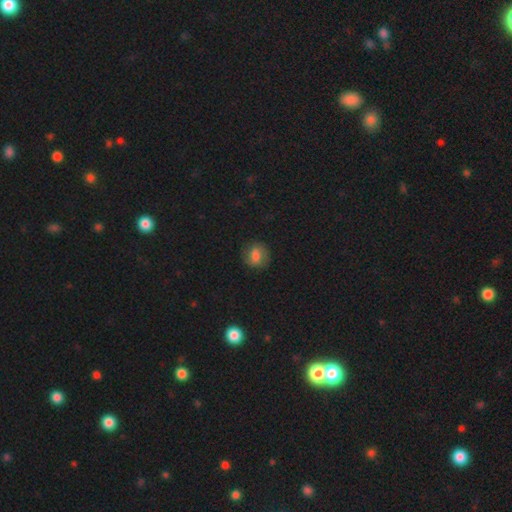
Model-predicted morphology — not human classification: This appears to be a smooth galaxy with no disk features (66%) that is round (56%). Merging: none (75%).